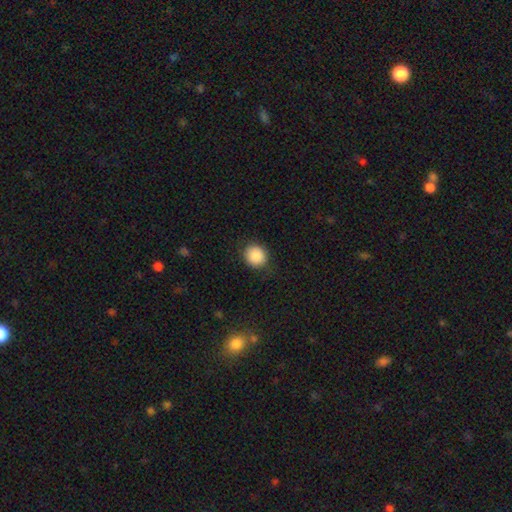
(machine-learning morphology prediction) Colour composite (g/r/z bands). It shows a smooth galaxy with no disk features (88%) that is round (86%). Merging: none (86%).